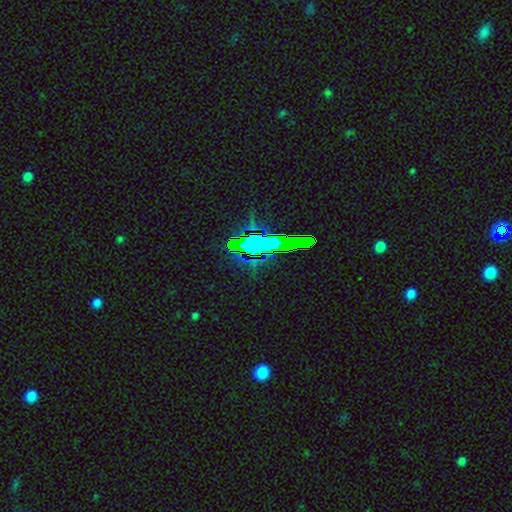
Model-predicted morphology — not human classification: A star or artifact, not a galaxy (73%).